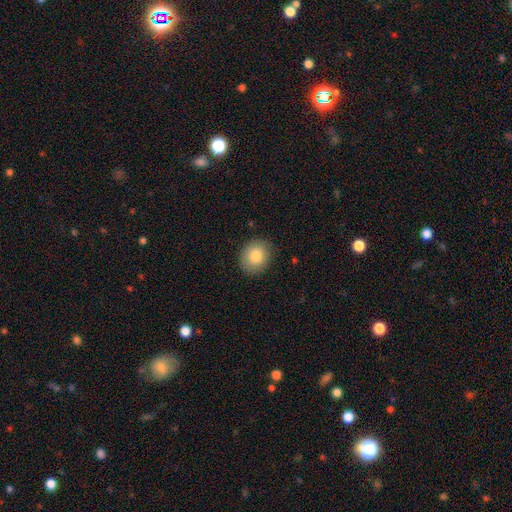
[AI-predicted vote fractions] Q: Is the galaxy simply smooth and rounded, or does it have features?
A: smooth — 84%.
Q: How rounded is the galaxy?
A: round — 70%.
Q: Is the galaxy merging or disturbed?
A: none — 87%.